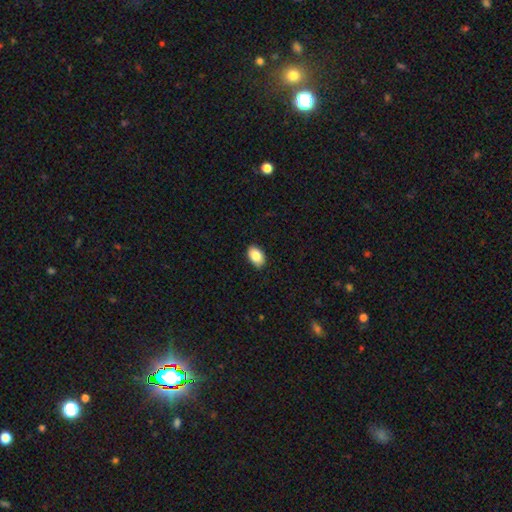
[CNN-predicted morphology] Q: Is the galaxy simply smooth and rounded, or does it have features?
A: smooth — 86%.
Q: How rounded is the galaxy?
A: in between — 90%.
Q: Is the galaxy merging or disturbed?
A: none — 88%.